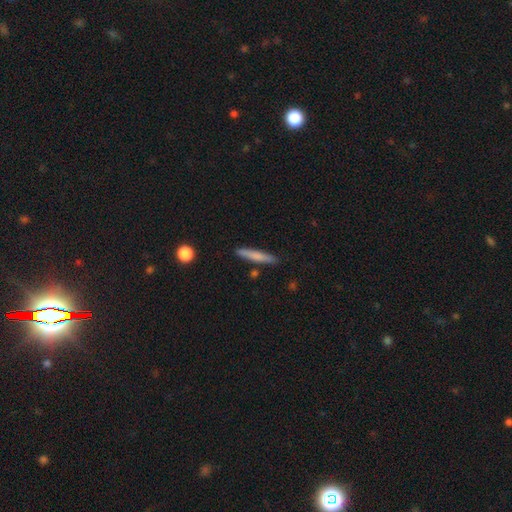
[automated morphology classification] Smooth or featured?
  - smooth: 72% *
  - featured or disk: 22%
  - star or artifact: 6%
How rounded?
  - cigar-shaped: 93% *
  - in between: 6%
  - round: 2%
Merging?
  - none: 86% *
  - minor disturbance: 9%
  - merger: 3%
  - major disturbance: 2%